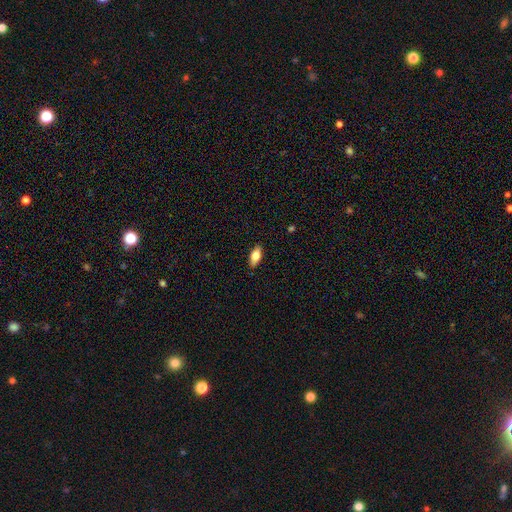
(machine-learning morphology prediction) This is likely a smooth galaxy (78%). How rounded: clearly in between (86%). Merging: clearly none (88%).